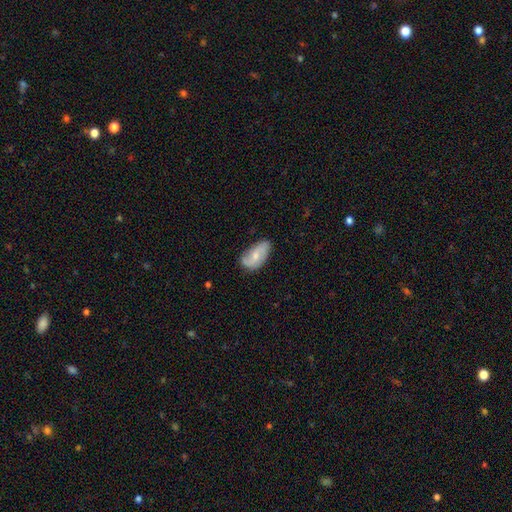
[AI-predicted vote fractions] The model was most divided on "smooth or featured": featured or disk: 50%, smooth: 43%, star or artifact: 7%. More confident: merging — none (60%).